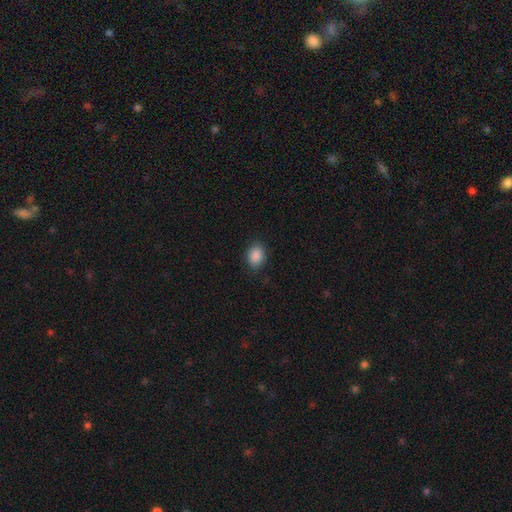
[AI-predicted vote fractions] A smooth galaxy with no disk features (89%) that is in between round and cigar-shaped (67%). Merging: none (86%).